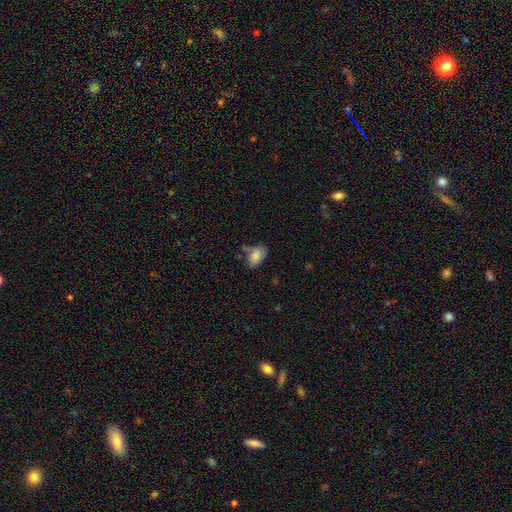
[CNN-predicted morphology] Overall: smooth (82%). How rounded: in between (89%). Merging: none (54%; minor disturbance 28%).